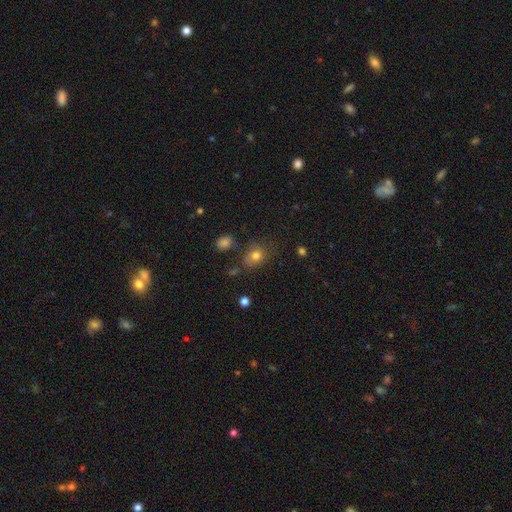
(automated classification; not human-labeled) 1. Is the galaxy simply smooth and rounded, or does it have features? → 77% smooth, 13% star or artifact, 10% featured or disk.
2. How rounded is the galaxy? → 52% round, 47% in between, 1% cigar-shaped.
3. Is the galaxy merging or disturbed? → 63% none, 22% minor disturbance, 9% major disturbance, 6% merger.